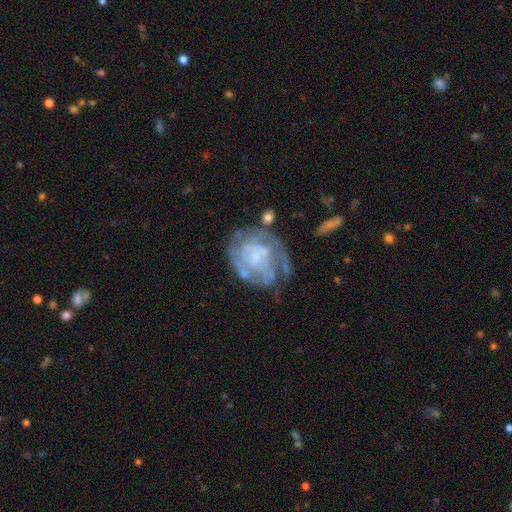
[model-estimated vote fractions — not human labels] This is likely a featured or disk galaxy (79%). It is clearly not viewed edge-on (98%). Bar: likely no (60%). Spiral arm pattern: likely yes (79%). Spiral arm count: marginally can't tell (44%). Spiral winding: possibly tight (56%). Central bulge: marginally none (39%). Merging: possibly none (50%).